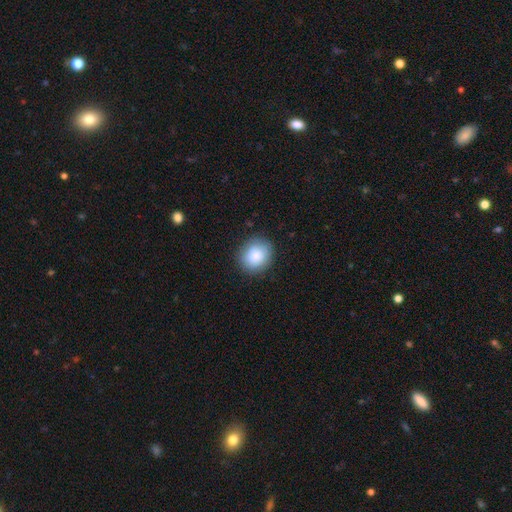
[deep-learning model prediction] Smooth or featured? smooth (86%)
How rounded? round (75%)
Merging? none (86%)